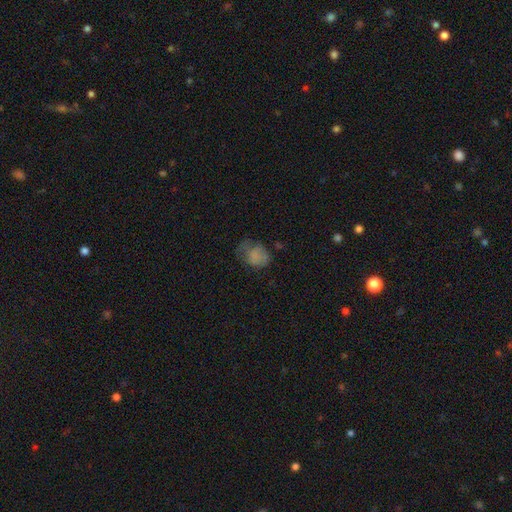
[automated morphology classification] smooth 71%, featured or disk 16%, star or artifact 13%. Down the decision tree: how rounded — in between (58%); merging — none (36%).